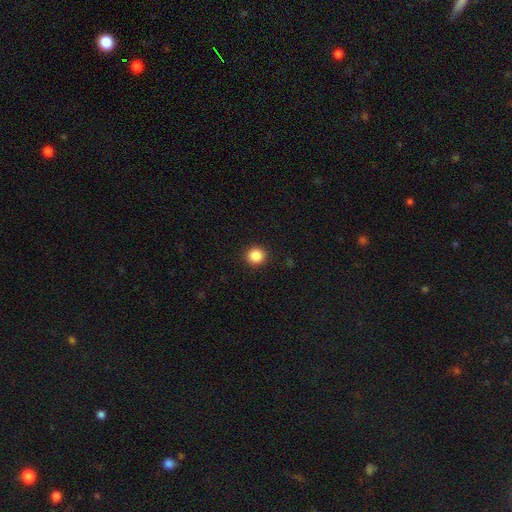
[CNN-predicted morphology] smooth_or_featured: smooth (p=0.87) [alt: star or artifact p=0.10]
how_rounded: round (p=0.94) [alt: in between p=0.05]
merging: none (p=0.92) [alt: minor disturbance p=0.05]